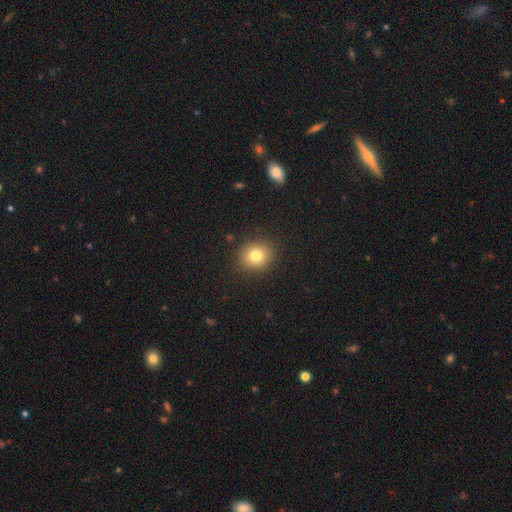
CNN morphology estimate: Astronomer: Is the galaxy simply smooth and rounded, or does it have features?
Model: smooth — 79%.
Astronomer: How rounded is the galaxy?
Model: round — 81%.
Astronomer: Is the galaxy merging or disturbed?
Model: none — 90%.